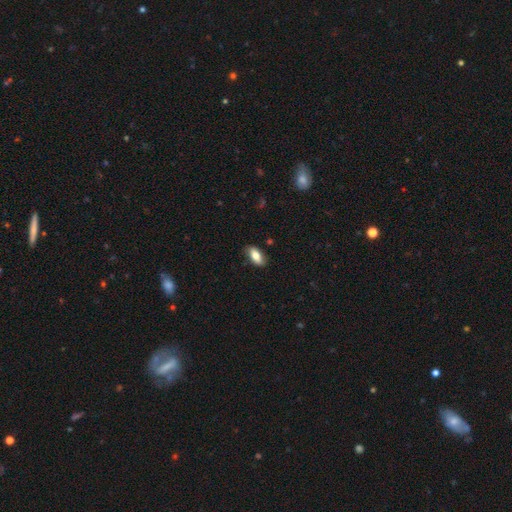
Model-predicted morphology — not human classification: smooth 77%, featured or disk 16%, star or artifact 7%. Down the decision tree: how rounded — in between (90%); merging — none (81%).